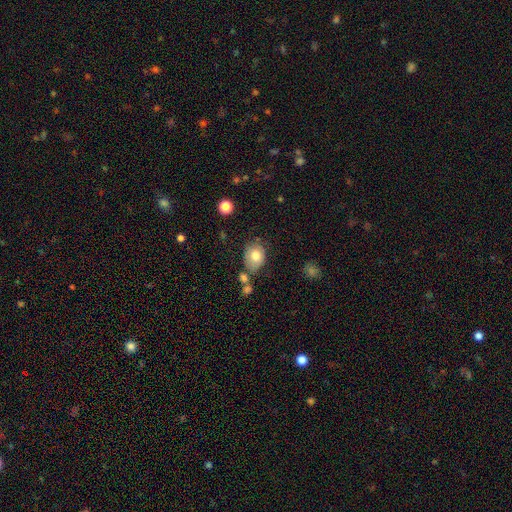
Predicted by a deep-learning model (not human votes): This is likely a smooth galaxy (78%). How rounded: likely in between (60%). Merging: likely none (61%).